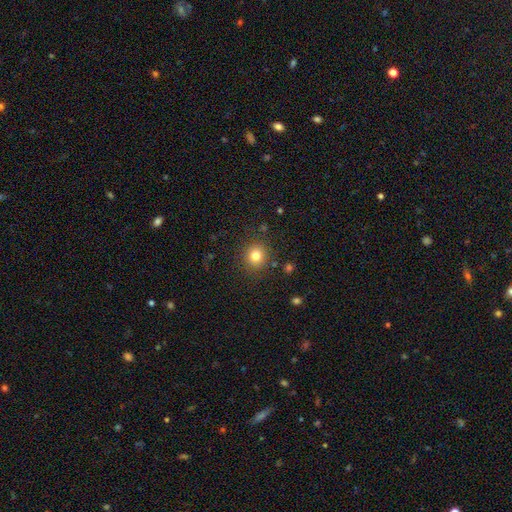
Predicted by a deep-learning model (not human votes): Overall: smooth (80%). How rounded: round (88%). Merging: none (87%).